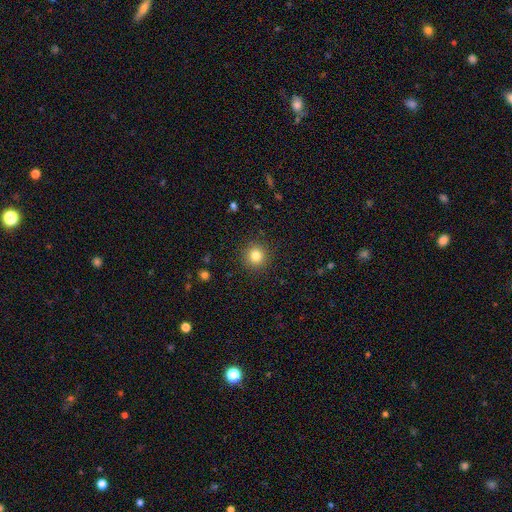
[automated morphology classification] Smooth or featured? Predicted: smooth (p=0.82). How rounded? Predicted: round (p=0.94). Merging? Predicted: none (p=0.91).